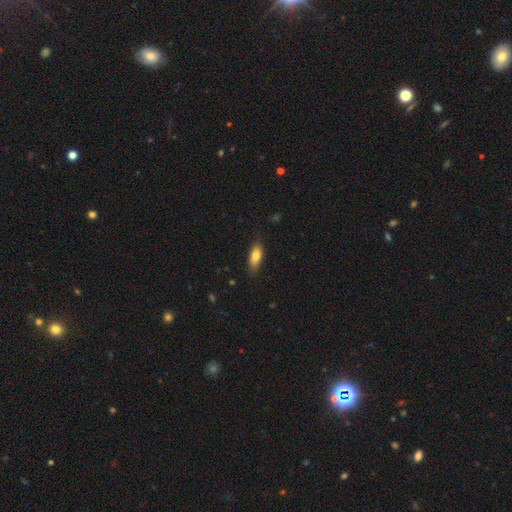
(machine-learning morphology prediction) This is likely a smooth galaxy (77%). How rounded: likely in between (72%). Merging: clearly none (83%).